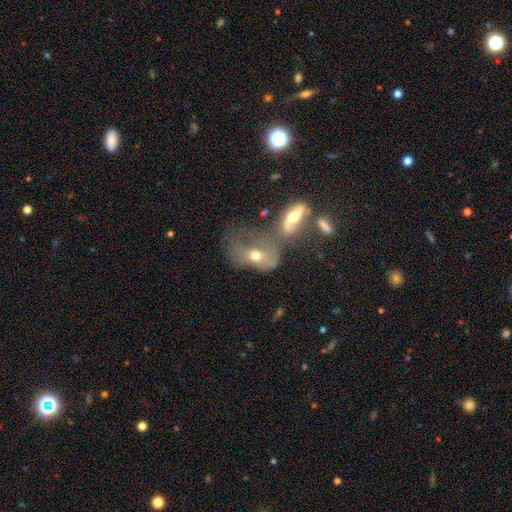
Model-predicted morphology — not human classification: This appears to be a smooth galaxy with no disk features (50%) that is in between round and cigar-shaped (77%). Merging: merger (54%).